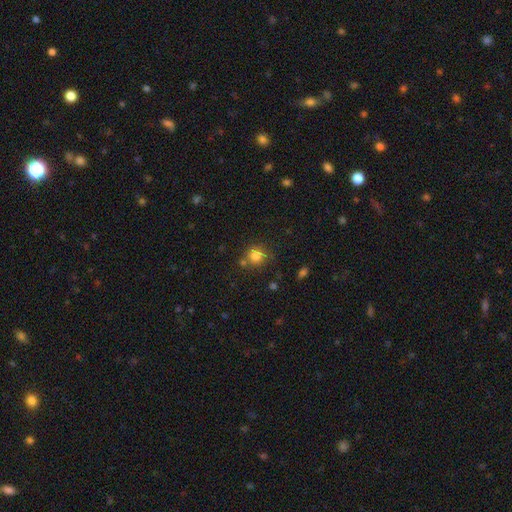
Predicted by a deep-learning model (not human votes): Overall: smooth (80%). How rounded: round (87%). Merging: none (69%).